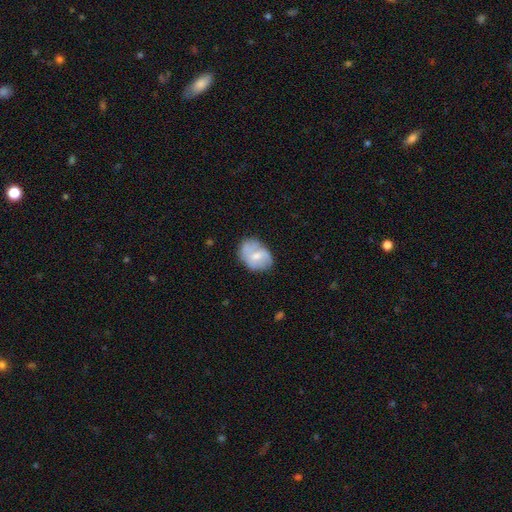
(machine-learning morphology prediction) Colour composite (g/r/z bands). It shows a smooth galaxy with no disk features (52%) that is in between round and cigar-shaped (72%). Merging: none (53%).